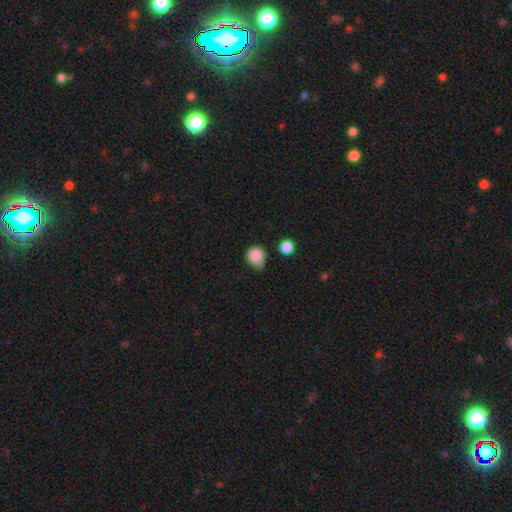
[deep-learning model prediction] smooth 86%, star or artifact 9%, featured or disk 5%. Down the decision tree: how rounded — round (84%); merging — none (51%).